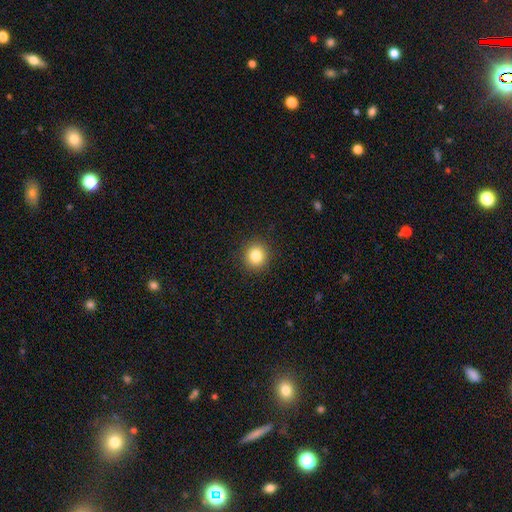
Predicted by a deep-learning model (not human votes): Smooth or featured?
  - smooth: 83% *
  - star or artifact: 11%
  - featured or disk: 6%
How rounded?
  - round: 89% *
  - in between: 10%
  - cigar-shaped: 1%
Merging?
  - none: 91% *
  - minor disturbance: 6%
  - major disturbance: 2%
  - merger: 1%